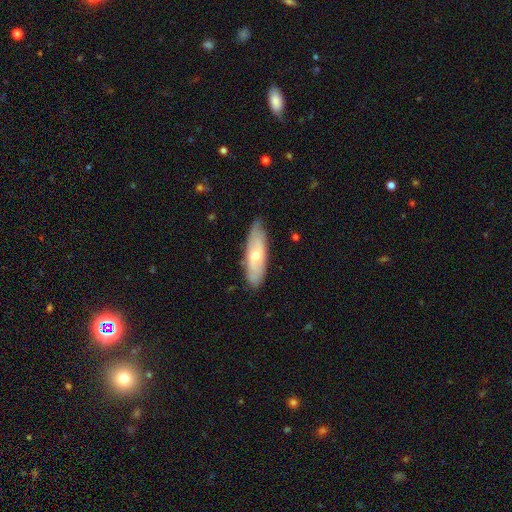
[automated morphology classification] Overall: smooth (51%; featured or disk 44%). How rounded: cigar-shaped (49%, tied with in between). Merging: none (79%).